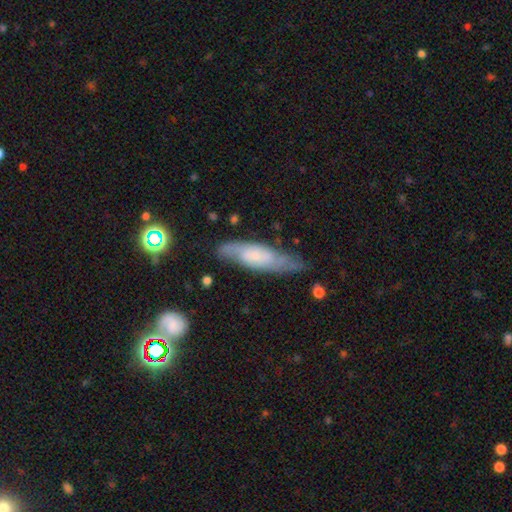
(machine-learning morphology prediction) Smooth or featured? featured or disk (59%)
Edge-on disk? no (70%)
Merging? none (68%)